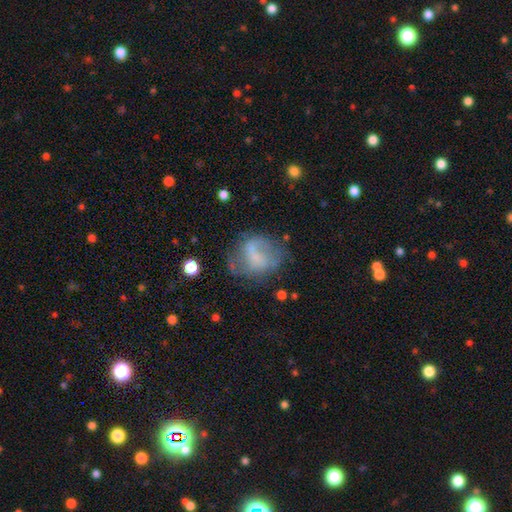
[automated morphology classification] Smooth or featured? featured or disk (48%)
Merging? none (45%)